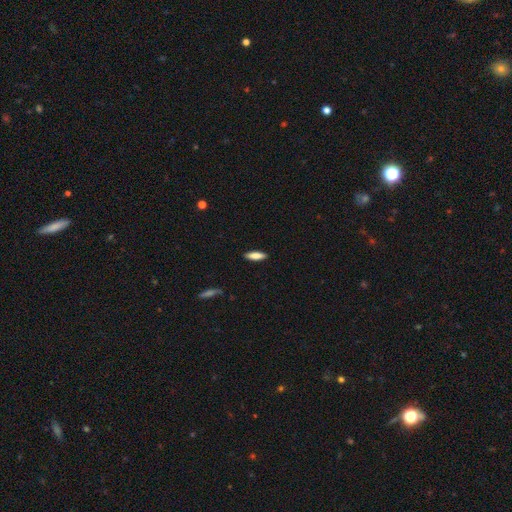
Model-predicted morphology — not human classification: Smooth or featured: smooth — 82% (featured or disk — 12%)
How rounded: cigar-shaped — 54% (in between — 44%)
Merging: none — 89% (minor disturbance — 8%)